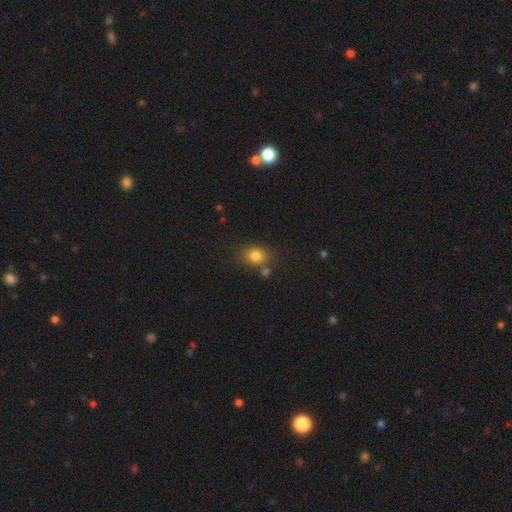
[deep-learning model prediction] Overall: smooth (81%). How rounded: round (57%; in between 42%). Merging: none (70%).